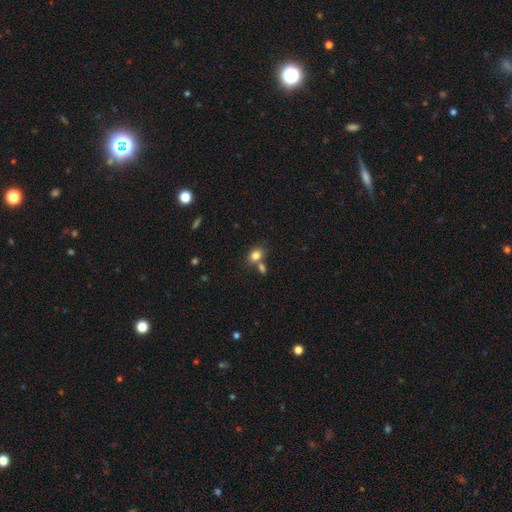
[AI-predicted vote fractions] This appears to be a smooth galaxy with no disk features (82%) that is in between round and cigar-shaped (56%). Merging: none (55%).